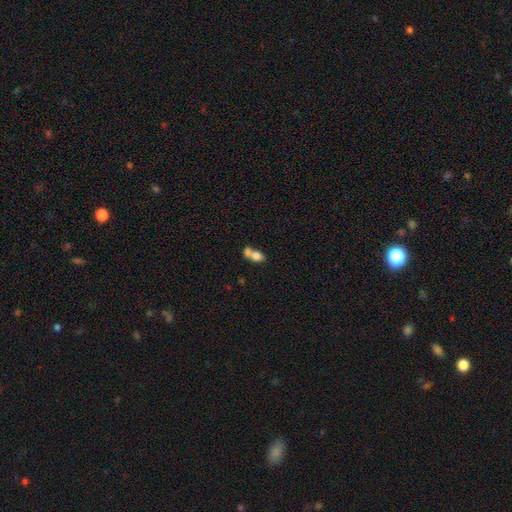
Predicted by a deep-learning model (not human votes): A smooth galaxy with no disk features (75%) that is in between round and cigar-shaped (77%).

Vote fractions:
- Smooth or featured? smooth: 75% / featured or disk: 16% / star or artifact: 9%
- How rounded? in between: 77% / round: 21% / cigar-shaped: 3%
- Merging? merger: 66% / none: 23% / minor disturbance: 7% / major disturbance: 4%